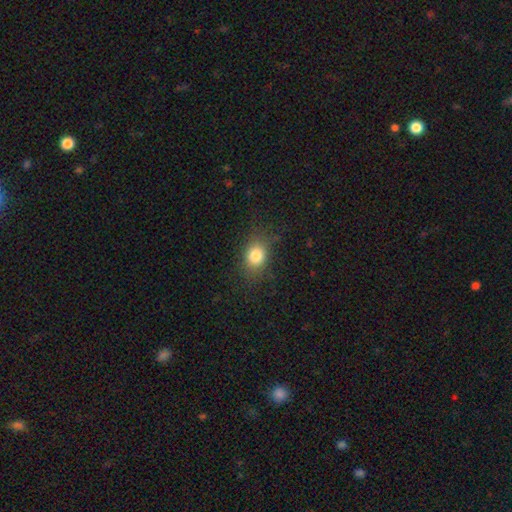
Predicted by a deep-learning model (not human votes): Morphology: type=smooth (81%); roundness=in between (50%); merging=none (78%).